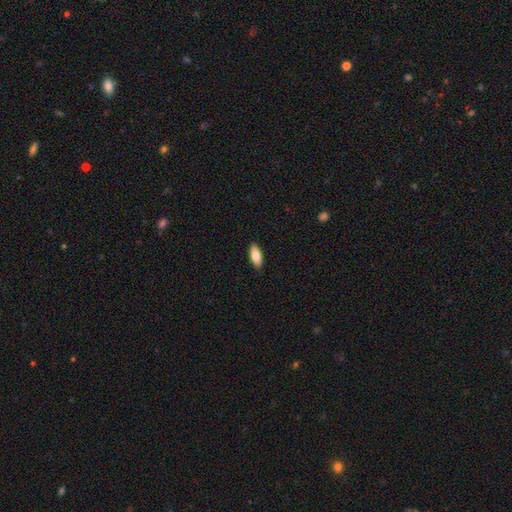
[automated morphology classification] The model was most divided on "smooth or featured": smooth: 77%, featured or disk: 17%, star or artifact: 6%. More confident: merging — none (89%); how rounded — in between (84%).